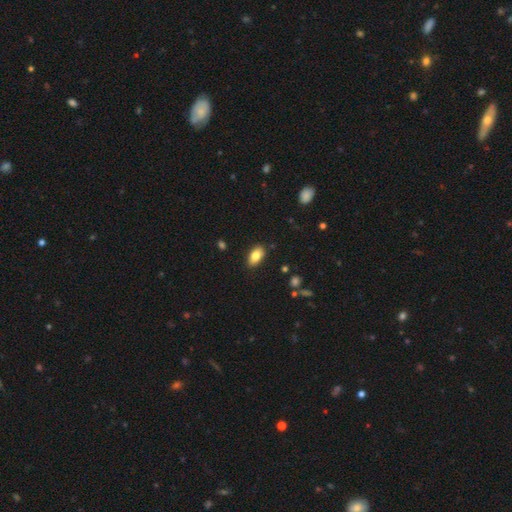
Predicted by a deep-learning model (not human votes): Smooth or featured? Predicted: smooth (p=0.81). How rounded? Predicted: in between (p=0.91). Merging? Predicted: none (p=0.87).